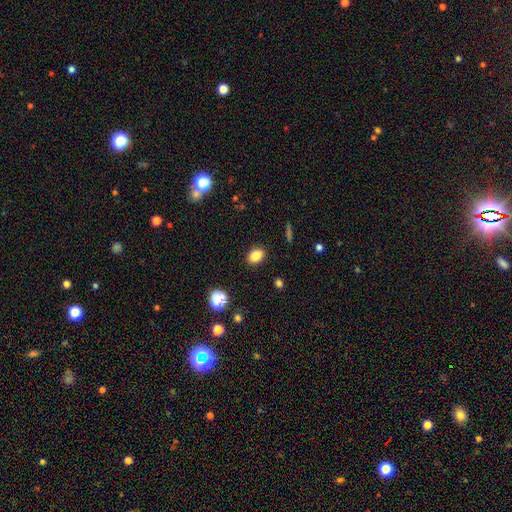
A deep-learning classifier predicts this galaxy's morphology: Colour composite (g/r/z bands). It shows a smooth galaxy with no disk features (84%) that is in between round and cigar-shaped (70%). Merging: none (89%).